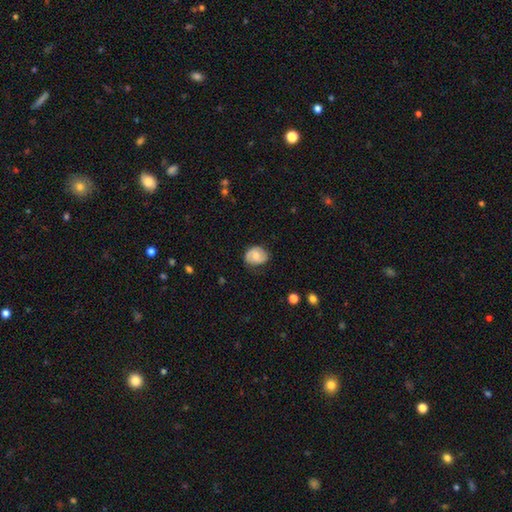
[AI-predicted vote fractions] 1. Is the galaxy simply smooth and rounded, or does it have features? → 56% smooth, 36% featured or disk, 7% star or artifact.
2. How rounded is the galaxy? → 50% in between, 49% round, 1% cigar-shaped.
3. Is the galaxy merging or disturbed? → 65% none, 27% minor disturbance, 7% major disturbance, 1% merger.